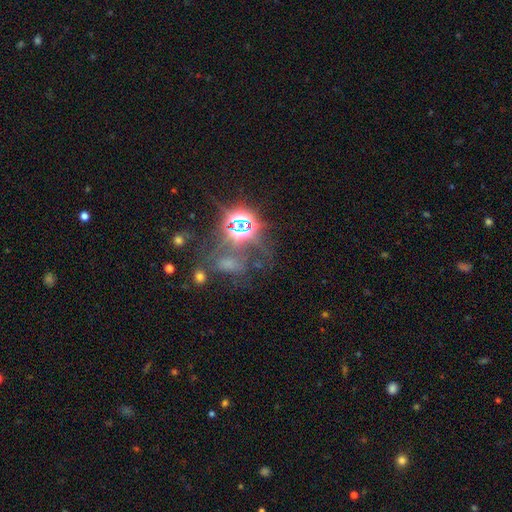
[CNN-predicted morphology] star or artifact 61%, smooth 22%, featured or disk 17%.